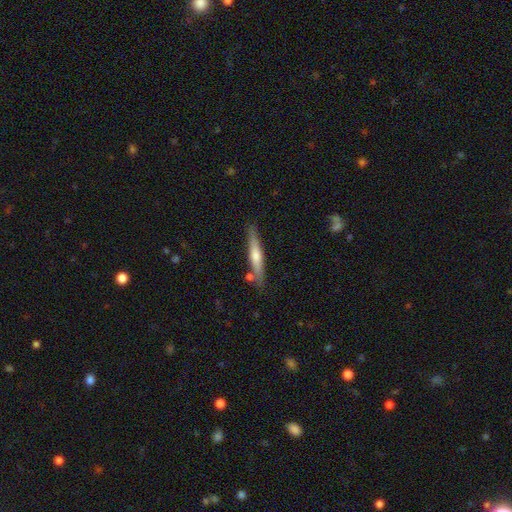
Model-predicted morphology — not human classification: Smooth or featured?
  - featured or disk: 50% *
  - smooth: 44%
  - star or artifact: 6%
Edge-on disk?
  - yes: 94% *
  - no: 6%
Merging?
  - none: 82% *
  - minor disturbance: 11%
  - merger: 5%
  - major disturbance: 2%